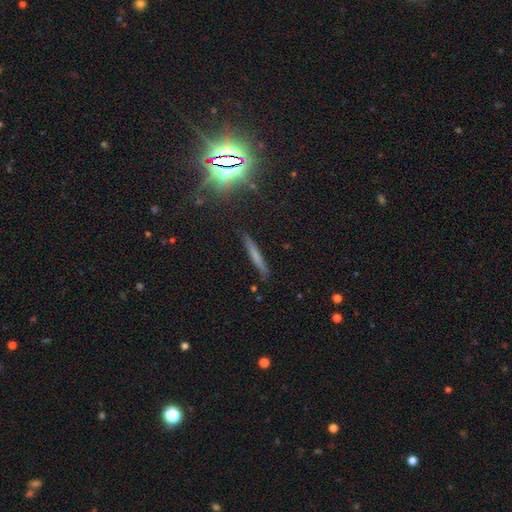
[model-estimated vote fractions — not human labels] smooth_or_featured: smooth (p=0.56) [alt: featured or disk p=0.30]
how_rounded: cigar-shaped (p=0.94) [alt: in between p=0.03]
merging: none (p=0.87) [alt: minor disturbance p=0.09]